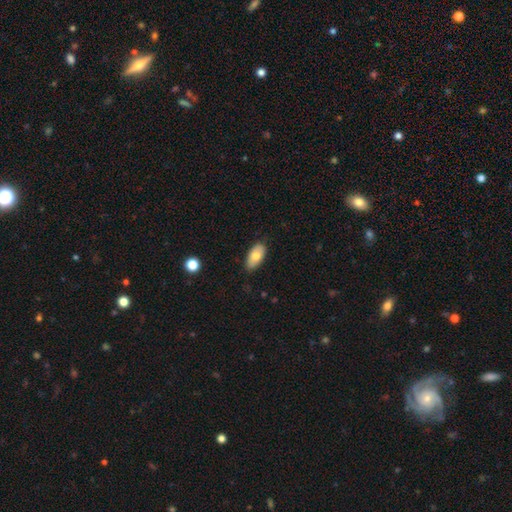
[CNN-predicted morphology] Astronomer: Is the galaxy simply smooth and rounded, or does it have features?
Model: smooth — 75%.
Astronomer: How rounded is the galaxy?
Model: in between — 93%.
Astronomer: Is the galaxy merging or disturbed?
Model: none — 81%.